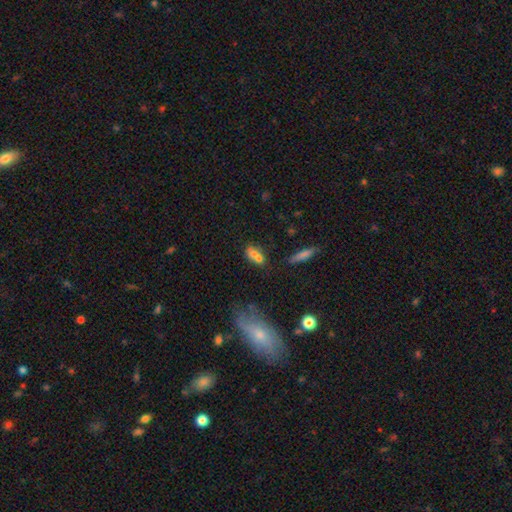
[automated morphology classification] Smooth or featured?
  - smooth: 67% *
  - featured or disk: 21%
  - star or artifact: 13%
How rounded?
  - in between: 64% *
  - round: 29%
  - cigar-shaped: 7%
Merging?
  - merger: 54% *
  - none: 31%
  - minor disturbance: 11%
  - major disturbance: 5%